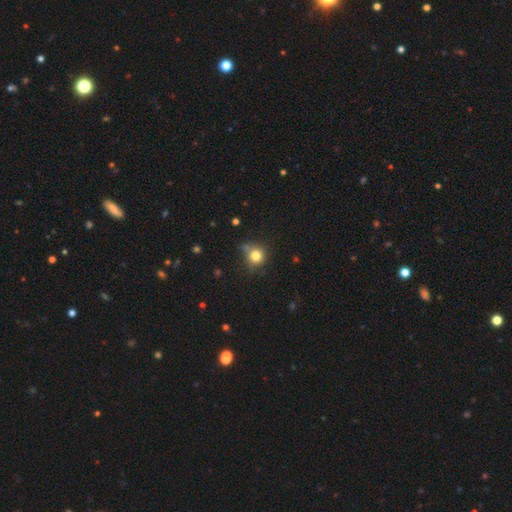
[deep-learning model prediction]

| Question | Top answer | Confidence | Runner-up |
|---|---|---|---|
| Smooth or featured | smooth | 79% | star or artifact (13%) |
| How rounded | round | 87% | in between (12%) |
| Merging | none | 65% | minor disturbance (22%) |